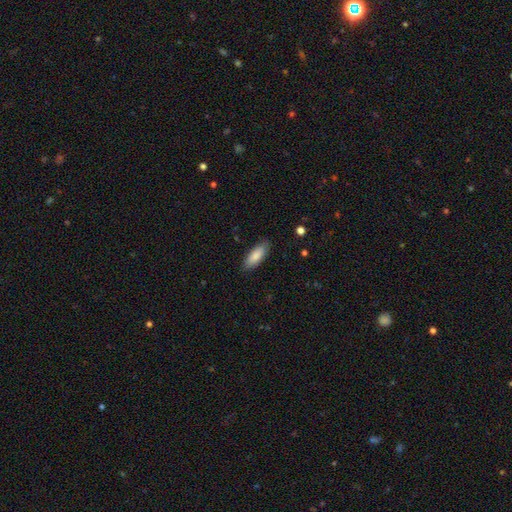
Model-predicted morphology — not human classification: Smooth or featured? smooth (85%)
How rounded? in between (68%)
Merging? none (86%)